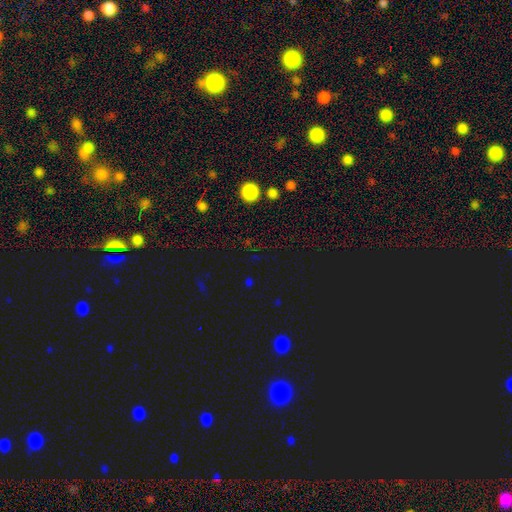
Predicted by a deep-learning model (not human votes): star or artifact 60%, smooth 33%, featured or disk 7%.